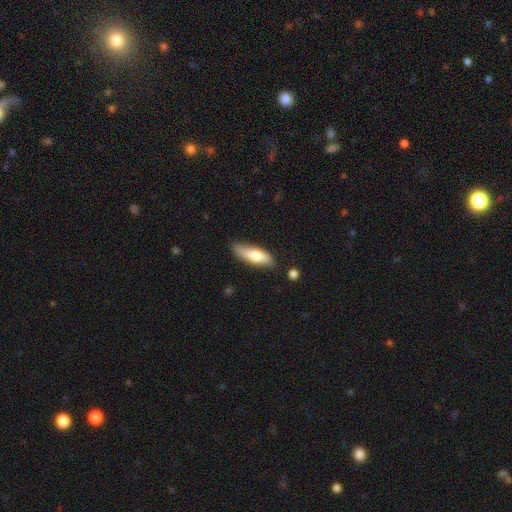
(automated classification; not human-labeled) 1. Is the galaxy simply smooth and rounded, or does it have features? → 73% smooth, 21% featured or disk, 6% star or artifact.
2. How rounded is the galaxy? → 51% in between, 47% cigar-shaped, 2% round.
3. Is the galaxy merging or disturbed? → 75% none, 19% minor disturbance, 4% major disturbance, 3% merger.